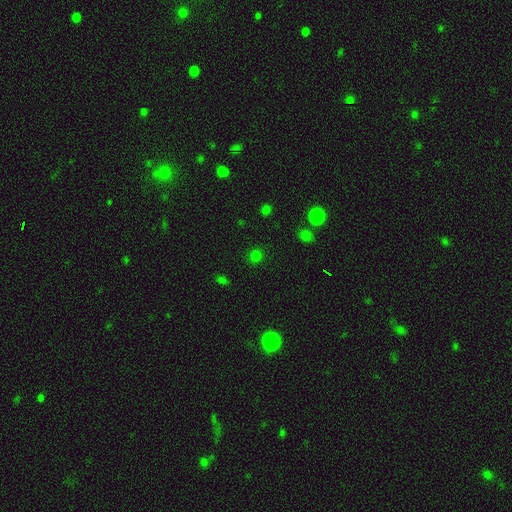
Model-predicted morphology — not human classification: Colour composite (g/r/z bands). It shows a smooth galaxy with no disk features (72%) that is round (86%). Merging: none (87%).